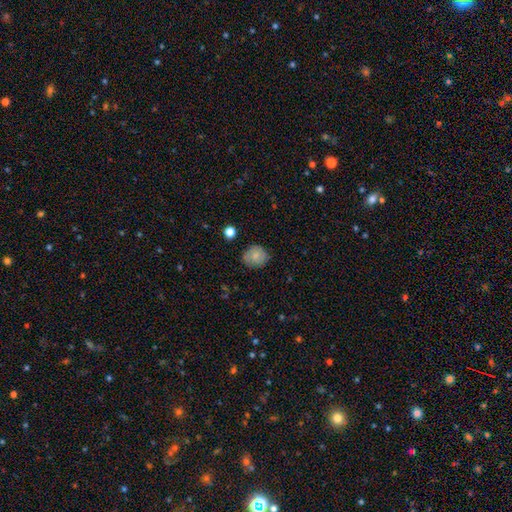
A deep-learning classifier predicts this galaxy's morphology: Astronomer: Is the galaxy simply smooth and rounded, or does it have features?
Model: smooth — 66%.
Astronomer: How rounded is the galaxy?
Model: round — 79%.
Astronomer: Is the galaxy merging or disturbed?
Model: none — 76%.